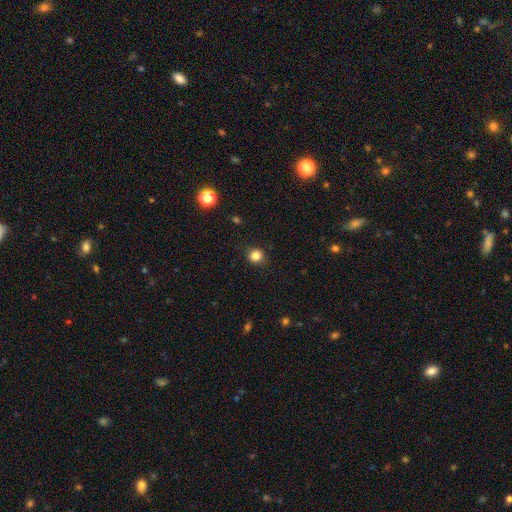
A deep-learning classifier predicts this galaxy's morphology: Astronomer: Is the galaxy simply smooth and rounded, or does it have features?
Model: smooth — 83%.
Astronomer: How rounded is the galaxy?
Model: round — 90%.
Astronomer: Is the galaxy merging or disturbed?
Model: none — 90%.